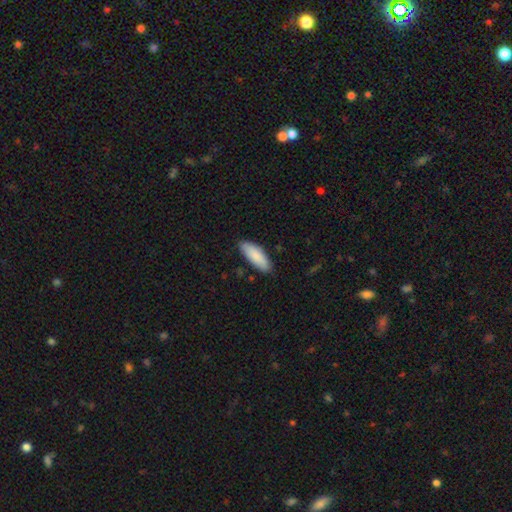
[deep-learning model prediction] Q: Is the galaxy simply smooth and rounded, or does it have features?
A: smooth — 87%.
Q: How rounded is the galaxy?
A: in between — 70%.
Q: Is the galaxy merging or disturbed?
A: none — 84%.